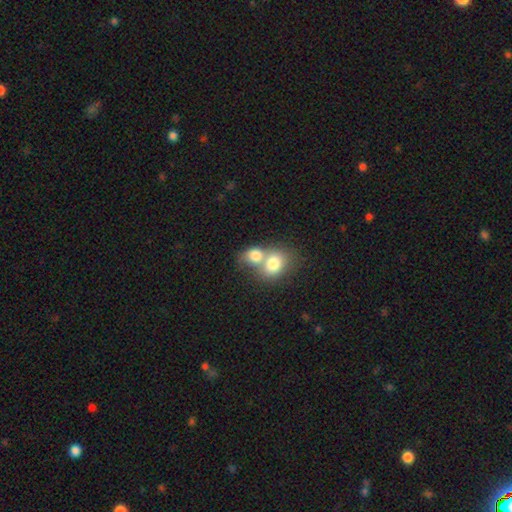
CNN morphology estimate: smooth 77%, featured or disk 15%, star or artifact 8%. Down the decision tree: how rounded — round (52%); merging — merger (70%).